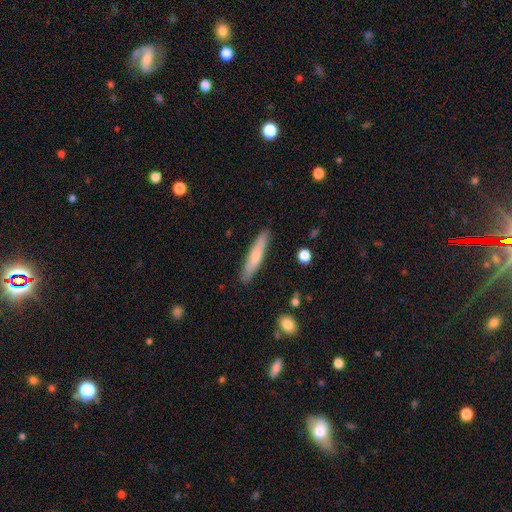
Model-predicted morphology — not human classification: This appears to be a smooth galaxy with no disk features (65%) that is cigar-shaped (88%). Merging: none (87%).